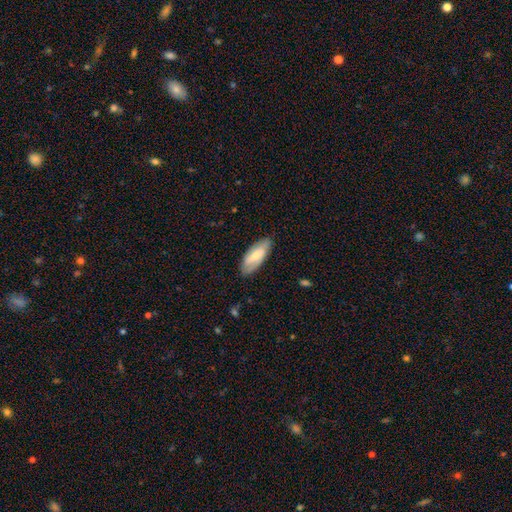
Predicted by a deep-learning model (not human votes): The model was most divided on "smooth or featured": smooth: 59%, featured or disk: 35%, star or artifact: 6%. More confident: how rounded — in between (80%); merging — none (80%).